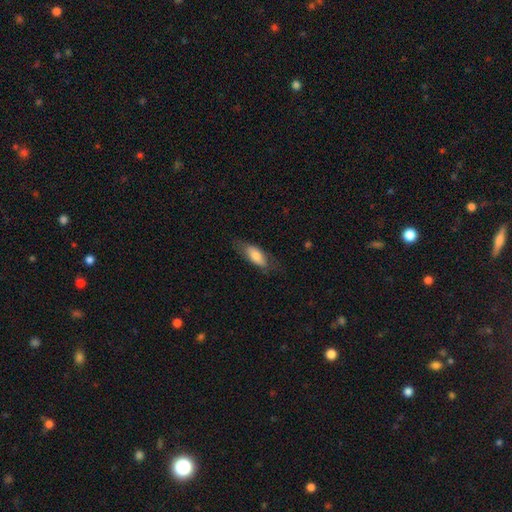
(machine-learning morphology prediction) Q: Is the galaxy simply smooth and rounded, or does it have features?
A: smooth — 73%.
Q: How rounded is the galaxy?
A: in between — 77%.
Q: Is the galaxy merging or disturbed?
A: none — 68%.